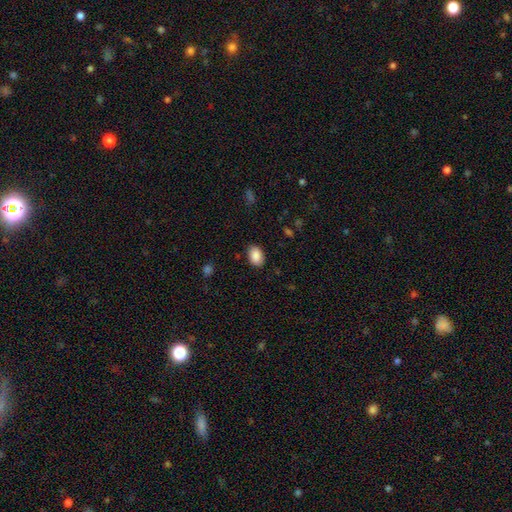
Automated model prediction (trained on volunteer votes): Smooth or featured? Predicted: smooth (p=0.89). How rounded? Predicted: in between (p=0.84). Merging? Predicted: none (p=0.86).